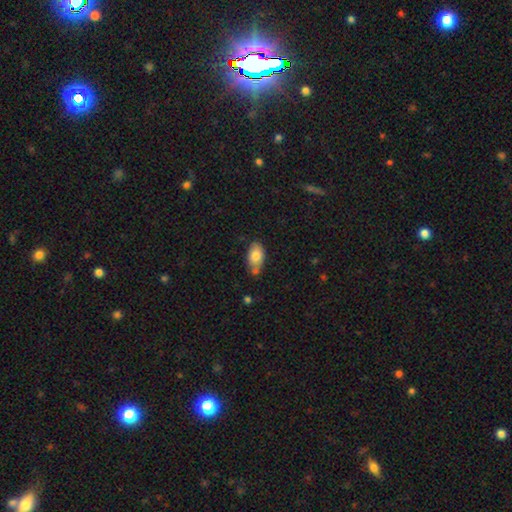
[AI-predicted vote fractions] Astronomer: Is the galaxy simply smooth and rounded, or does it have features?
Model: smooth — 81%.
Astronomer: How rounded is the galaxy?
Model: in between — 91%.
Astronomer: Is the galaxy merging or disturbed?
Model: none — 60%.